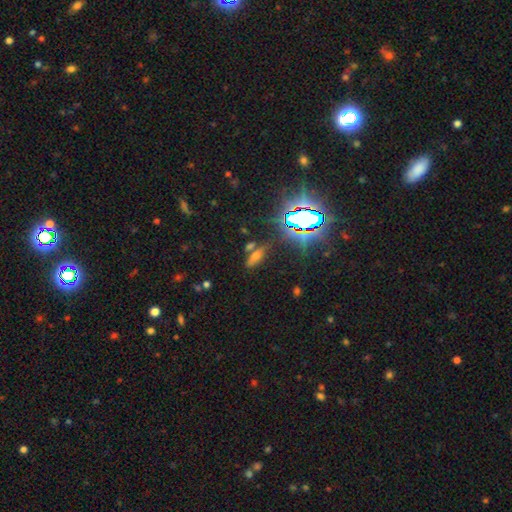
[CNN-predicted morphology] A smooth galaxy with no disk features (45%).

Vote fractions:
- Smooth or featured? smooth: 45% / star or artifact: 39% / featured or disk: 16%
- Merging? none: 67% / minor disturbance: 15% / merger: 12% / major disturbance: 6%